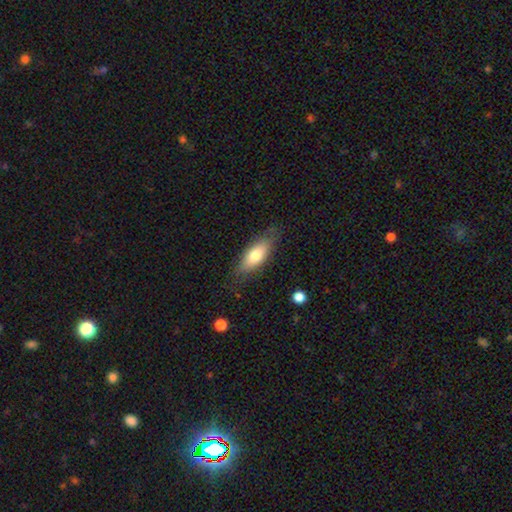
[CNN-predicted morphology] Smooth or featured?
  - smooth: 71% *
  - featured or disk: 22%
  - star or artifact: 6%
How rounded?
  - in between: 75% *
  - cigar-shaped: 23%
  - round: 3%
Merging?
  - none: 76% *
  - minor disturbance: 18%
  - major disturbance: 5%
  - merger: 1%